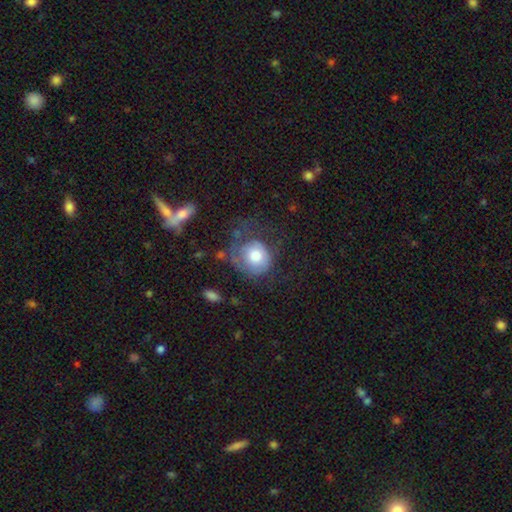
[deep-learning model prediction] This appears to be a smooth galaxy with no disk features (66%) that is round (80%). Merging: none (39%).